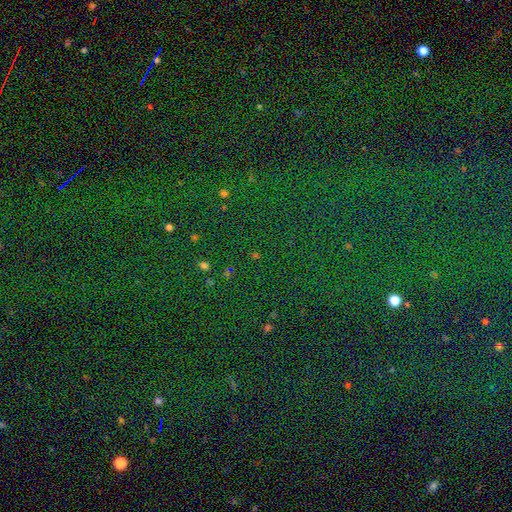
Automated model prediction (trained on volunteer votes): smooth_or_featured: star or artifact (p=0.71) [alt: smooth p=0.21]